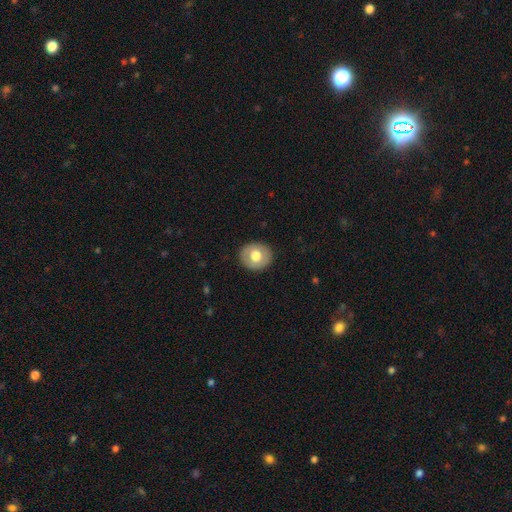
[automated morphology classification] This is likely a smooth galaxy (66%). How rounded: likely round (79%). Merging: clearly none (89%).